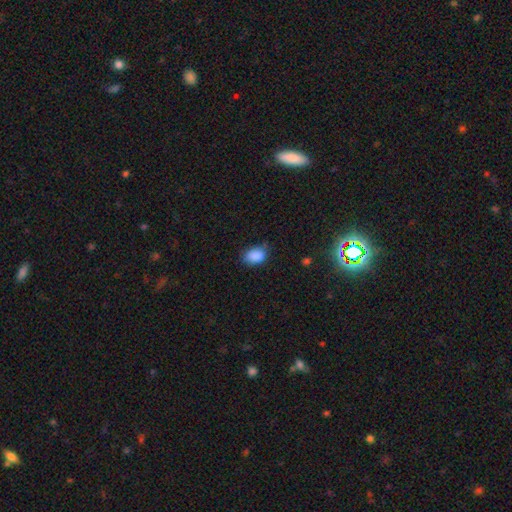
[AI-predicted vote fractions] Overall: smooth (87%). How rounded: in between (84%). Merging: none (69%).